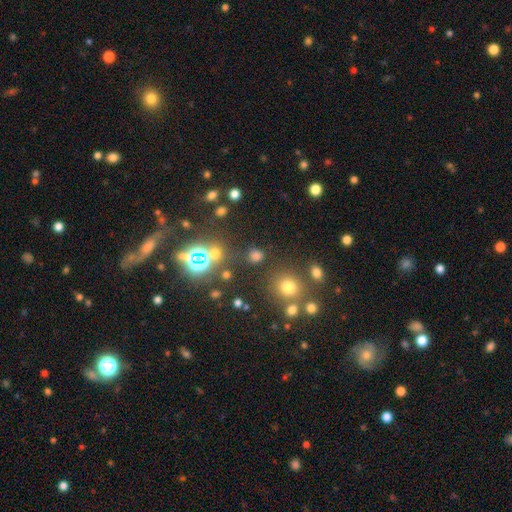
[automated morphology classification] A smooth galaxy with no disk features (58%) that is round (80%).

Vote fractions:
- Smooth or featured? smooth: 58% / star or artifact: 35% / featured or disk: 7%
- How rounded? round: 80% / in between: 18% / cigar-shaped: 2%
- Merging? none: 78% / minor disturbance: 9% / merger: 7% / major disturbance: 5%